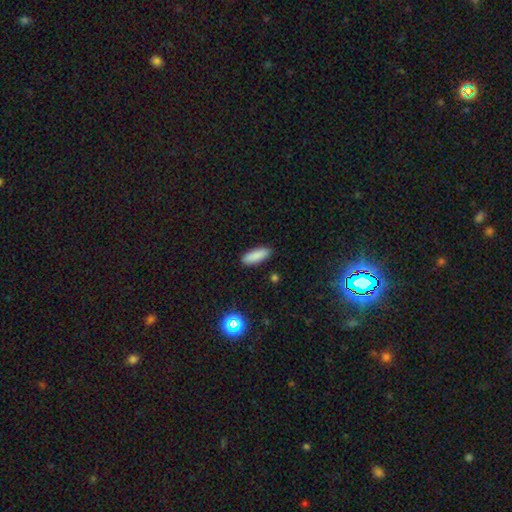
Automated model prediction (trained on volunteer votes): Q: Smooth or featured?
A: smooth (87%); runner-up: star or artifact (8%)
Q: How rounded?
A: in between (63%); runner-up: cigar-shaped (35%)
Q: Merging?
A: none (89%); runner-up: minor disturbance (8%)